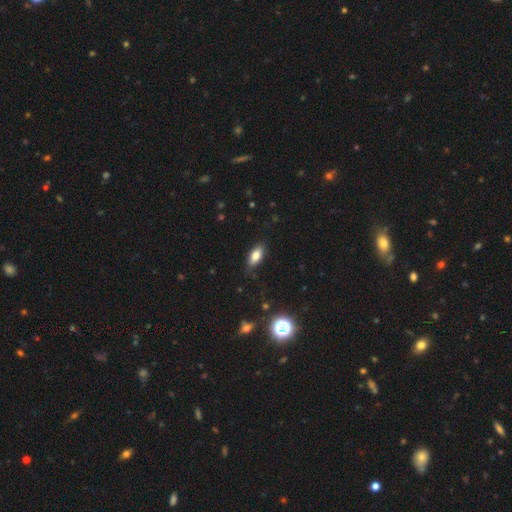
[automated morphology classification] Smooth or featured?
  - smooth: 77% *
  - featured or disk: 14%
  - star or artifact: 9%
How rounded?
  - in between: 81% *
  - cigar-shaped: 15%
  - round: 3%
Merging?
  - none: 84% *
  - minor disturbance: 12%
  - major disturbance: 3%
  - merger: 1%